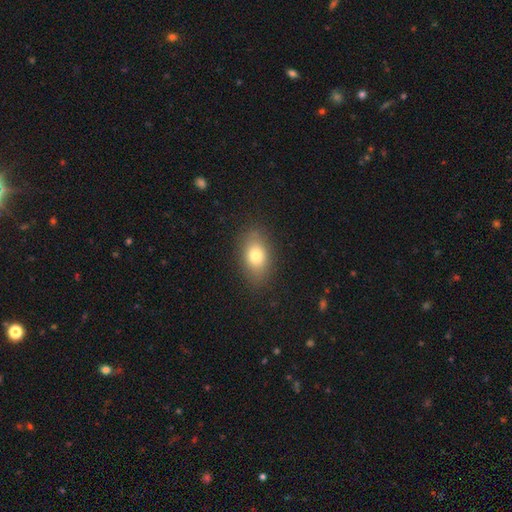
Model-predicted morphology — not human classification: This appears to be a smooth galaxy with no disk features (76%) that is in between round and cigar-shaped (82%). Merging: none (84%).